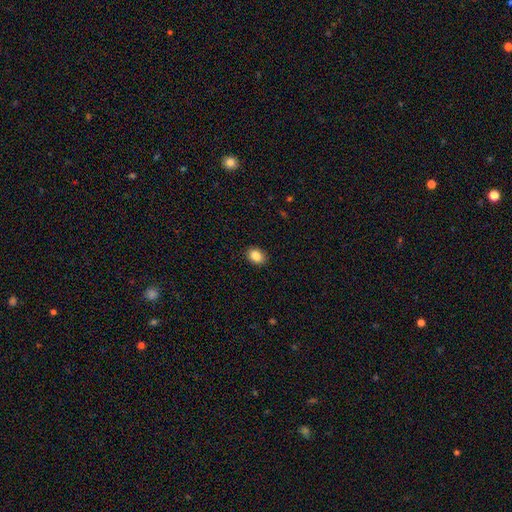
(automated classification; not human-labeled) Smooth or featured?
  - smooth: 86% *
  - star or artifact: 9%
  - featured or disk: 5%
How rounded?
  - in between: 68% *
  - round: 31%
  - cigar-shaped: 1%
Merging?
  - none: 90% *
  - minor disturbance: 7%
  - major disturbance: 2%
  - merger: 1%